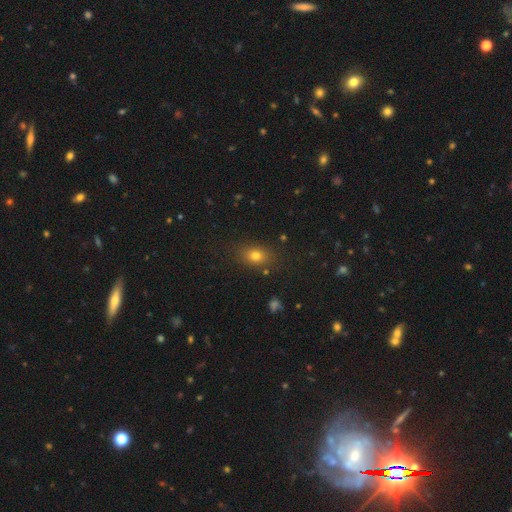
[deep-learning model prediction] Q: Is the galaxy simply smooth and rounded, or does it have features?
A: smooth — 75%.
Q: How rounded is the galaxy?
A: in between — 66%.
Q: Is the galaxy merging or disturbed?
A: none — 83%.